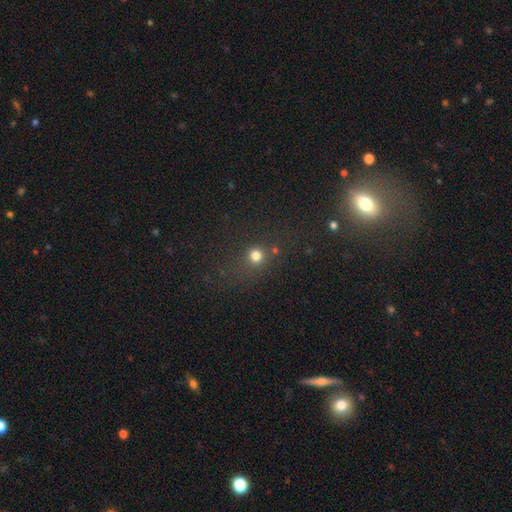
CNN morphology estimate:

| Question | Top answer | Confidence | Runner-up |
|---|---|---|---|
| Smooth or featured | smooth | 72% | star or artifact (20%) |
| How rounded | round | 86% | in between (12%) |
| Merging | none | 71% | minor disturbance (13%) |